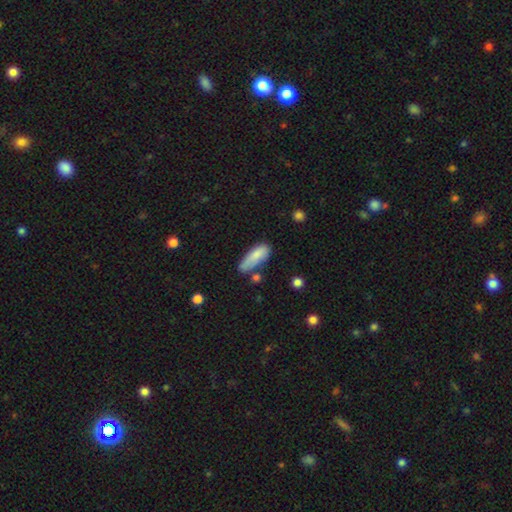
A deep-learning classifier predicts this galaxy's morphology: The model was most divided on "merging": none: 53%, minor disturbance: 30%, merger: 9%, major disturbance: 8%. More confident: smooth or featured — smooth (81%); how rounded — in between (64%).